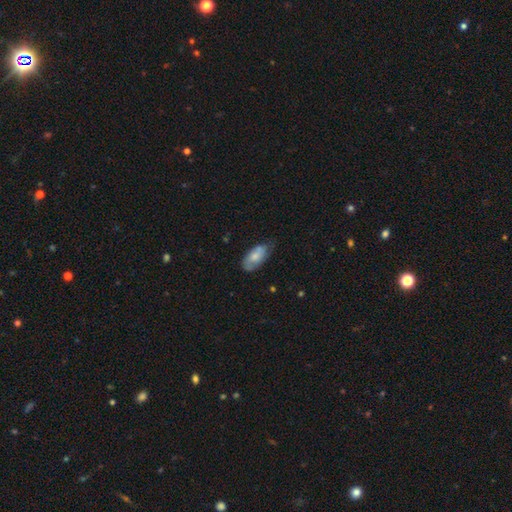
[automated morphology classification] type=smooth (58%); roundness=in between (91%); merging=none (58%).